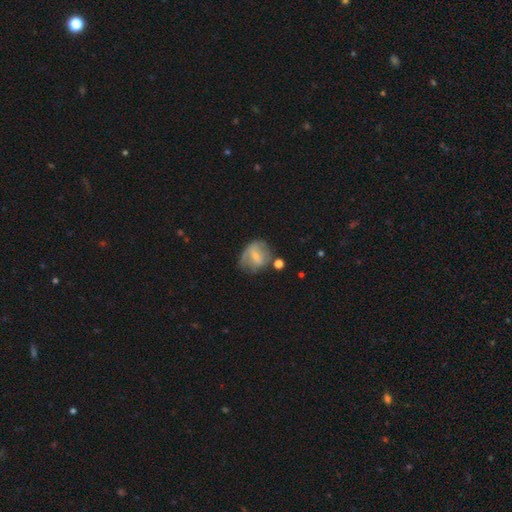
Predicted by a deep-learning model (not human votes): A featured or disk galaxy (49%).

Vote fractions:
- Smooth or featured? featured or disk: 49% / smooth: 43% / star or artifact: 8%
- Merging? none: 44% / minor disturbance: 29% / major disturbance: 18% / merger: 9%